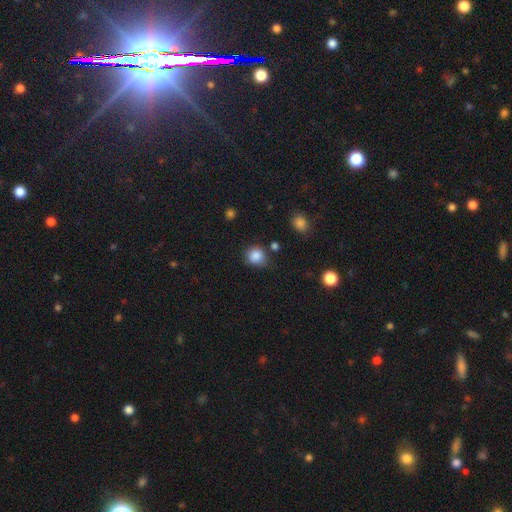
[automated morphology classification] Smooth or featured? Predicted: smooth (p=0.85). How rounded? Predicted: round (p=0.86). Merging? Predicted: none (p=0.72).